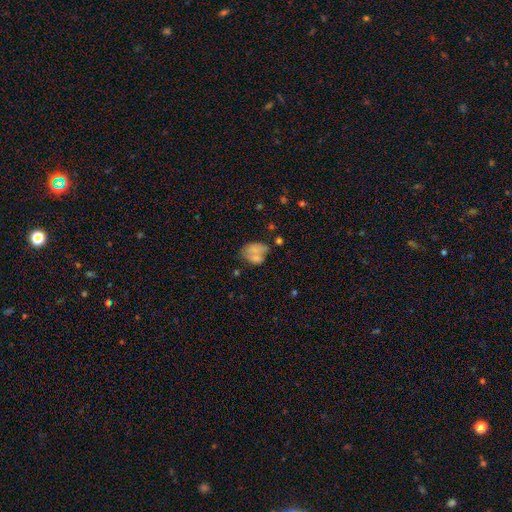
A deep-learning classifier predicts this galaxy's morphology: This appears to be a smooth galaxy with no disk features (63%) that is in between round and cigar-shaped (69%). Merging: merger (35%).